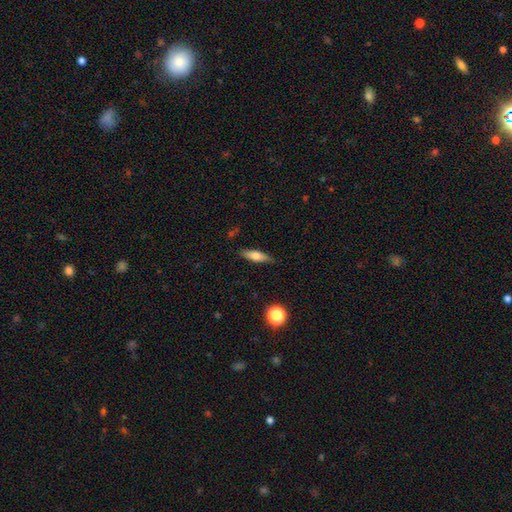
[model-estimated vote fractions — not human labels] Overall: smooth (55%; featured or disk 37%). How rounded: cigar-shaped (56%; in between 41%). Merging: none (84%).